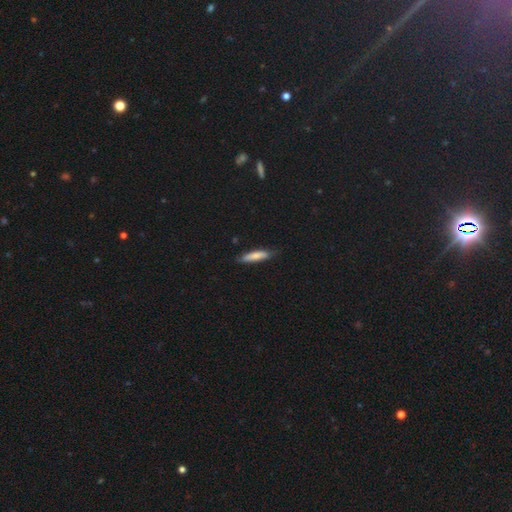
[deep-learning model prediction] smooth-or-featured: smooth: 77% | featured or disk: 18% | star or artifact: 6%
  how-rounded: cigar-shaped: 80% | in between: 18% | round: 1%
  merging: none: 79% | minor disturbance: 18% | major disturbance: 2% | merger: 1%